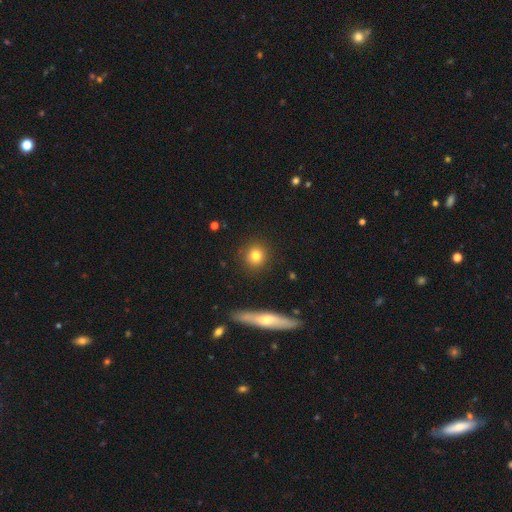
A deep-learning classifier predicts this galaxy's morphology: Q: Smooth or featured?
A: smooth (80%); runner-up: star or artifact (10%)
Q: How rounded?
A: round (90%); runner-up: in between (8%)
Q: Merging?
A: none (90%); runner-up: minor disturbance (6%)